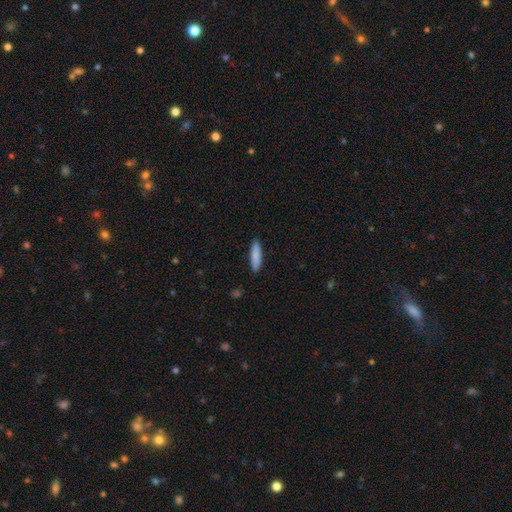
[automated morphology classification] Q: Smooth or featured?
A: smooth (85%); runner-up: featured or disk (10%)
Q: How rounded?
A: cigar-shaped (78%); runner-up: in between (21%)
Q: Merging?
A: none (89%); runner-up: minor disturbance (8%)